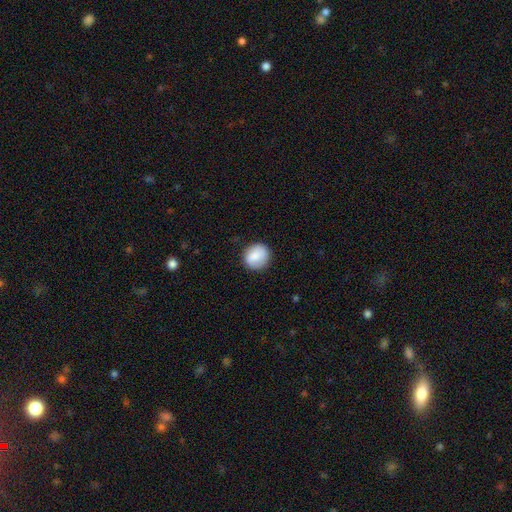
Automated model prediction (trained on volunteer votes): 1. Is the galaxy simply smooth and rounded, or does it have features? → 84% smooth, 9% featured or disk, 7% star or artifact.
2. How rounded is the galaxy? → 83% round, 16% in between, 1% cigar-shaped.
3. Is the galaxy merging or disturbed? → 86% none, 10% minor disturbance, 3% major disturbance, 1% merger.